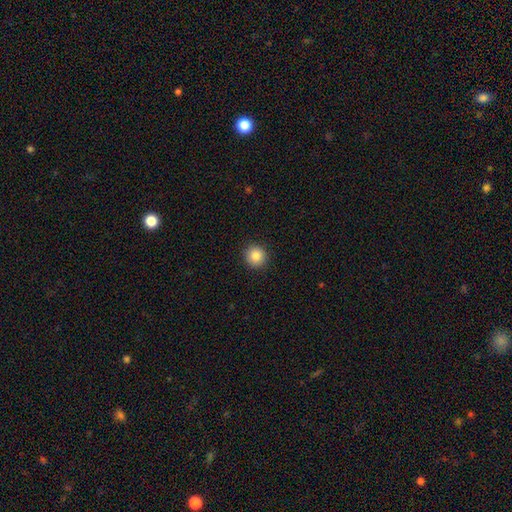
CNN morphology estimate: Smooth or featured? smooth (86%)
How rounded? round (94%)
Merging? none (92%)